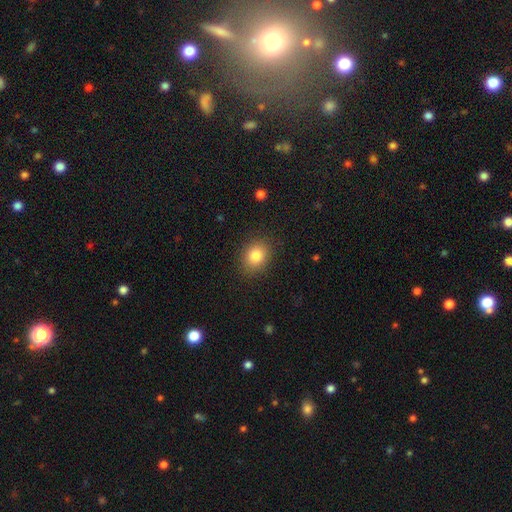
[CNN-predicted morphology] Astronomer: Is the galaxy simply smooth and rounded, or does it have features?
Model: smooth — 83%.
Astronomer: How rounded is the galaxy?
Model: round — 50% (runner-up: in between, 49%).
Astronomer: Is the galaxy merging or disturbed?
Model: none — 87%.